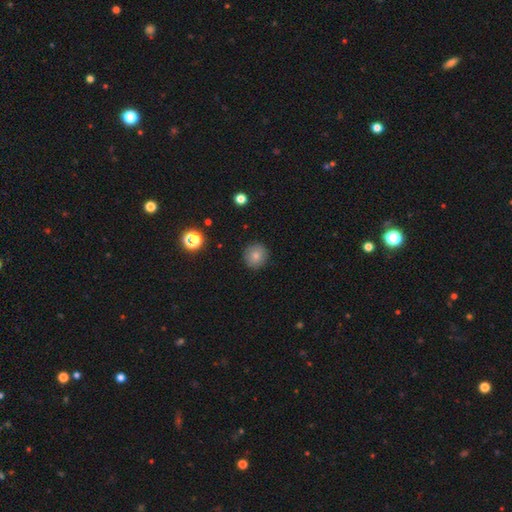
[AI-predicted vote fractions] Smooth or featured? smooth (80%)
How rounded? round (92%)
Merging? none (90%)